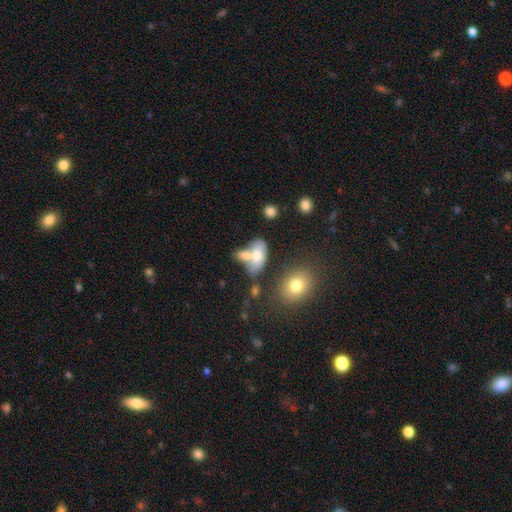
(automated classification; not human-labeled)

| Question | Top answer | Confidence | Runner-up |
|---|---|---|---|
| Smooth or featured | smooth | 69% | featured or disk (22%) |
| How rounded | in between | 87% | round (8%) |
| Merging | merger | 53% | none (28%) |